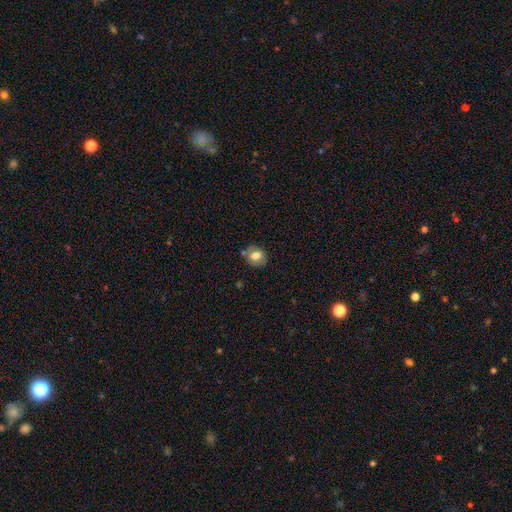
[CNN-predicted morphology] Overall: smooth (72%). How rounded: round (59%; in between 40%). Merging: none (74%).